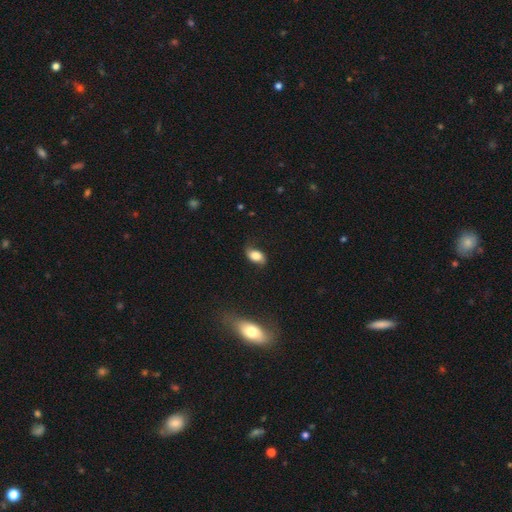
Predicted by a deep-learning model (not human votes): smooth-or-featured: smooth: 65% | featured or disk: 27% | star or artifact: 8%
  how-rounded: in between: 87% | round: 10% | cigar-shaped: 3%
  merging: none: 65% | minor disturbance: 24% | major disturbance: 9% | merger: 2%